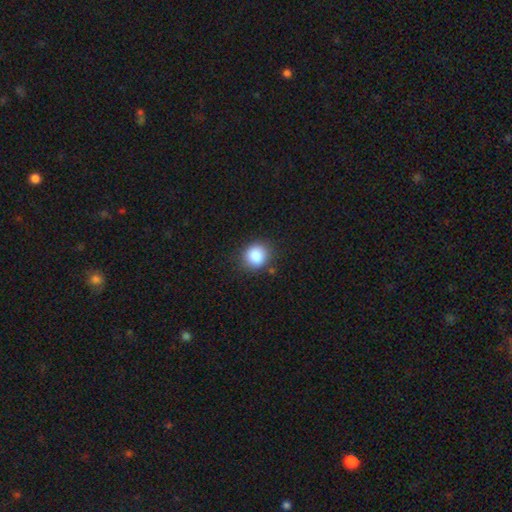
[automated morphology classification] Smooth or featured?
  - smooth: 87% *
  - star or artifact: 9%
  - featured or disk: 4%
How rounded?
  - round: 81% *
  - in between: 18%
  - cigar-shaped: 1%
Merging?
  - none: 84% *
  - minor disturbance: 11%
  - major disturbance: 3%
  - merger: 2%